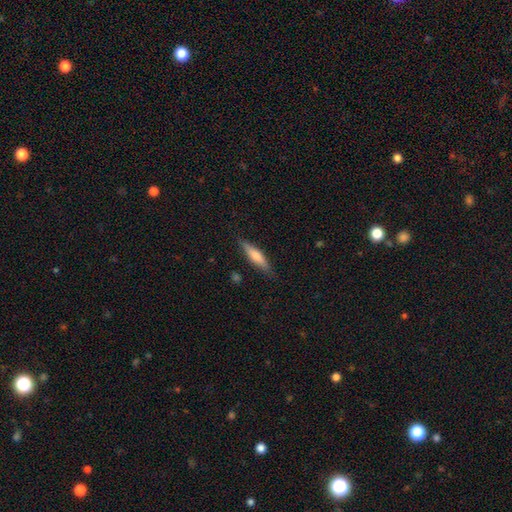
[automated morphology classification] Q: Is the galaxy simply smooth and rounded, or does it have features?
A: smooth — 56%.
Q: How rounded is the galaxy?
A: cigar-shaped — 79%.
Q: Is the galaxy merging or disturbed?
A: none — 85%.